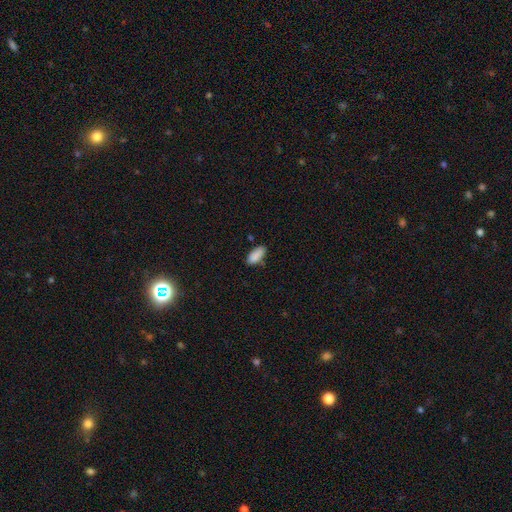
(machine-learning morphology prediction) This appears to be a smooth galaxy with no disk features (89%) that is in between round and cigar-shaped (87%). Merging: none (78%).